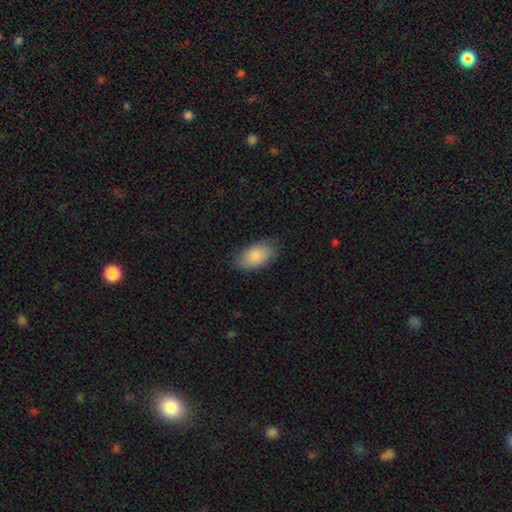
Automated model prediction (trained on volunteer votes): A smooth galaxy with no disk features (86%) that is in between round and cigar-shaped (94%).

Vote fractions:
- Smooth or featured? smooth: 86% / featured or disk: 8% / star or artifact: 6%
- How rounded? in between: 94% / round: 4% / cigar-shaped: 2%
- Merging? none: 81% / minor disturbance: 14% / major disturbance: 3% / merger: 1%